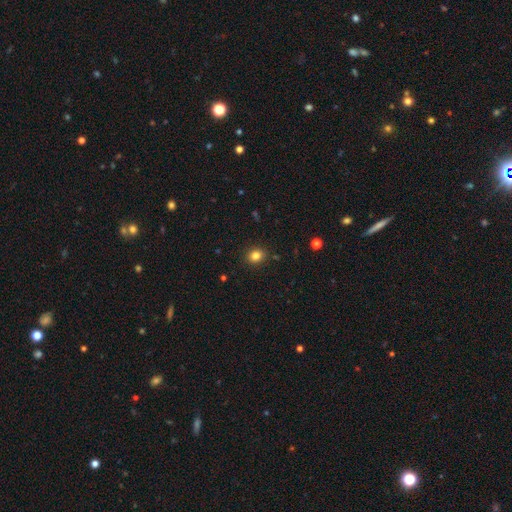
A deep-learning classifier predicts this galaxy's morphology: type=smooth (82%); roundness=round (67%); merging=none (90%).